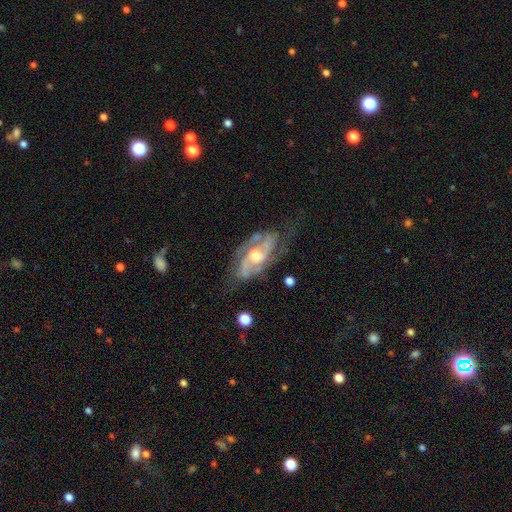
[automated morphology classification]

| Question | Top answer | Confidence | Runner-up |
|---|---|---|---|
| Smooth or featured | featured or disk | 88% | smooth (7%) |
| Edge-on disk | no | 94% | yes (6%) |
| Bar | no | 51% | weak (37%) |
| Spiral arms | yes | 95% | no (5%) |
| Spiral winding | medium | 48% | tight (35%) |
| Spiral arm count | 2 | 67% | can't tell (13%) |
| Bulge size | moderate | 66% | small (27%) |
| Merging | none | 62% | minor disturbance (23%) |